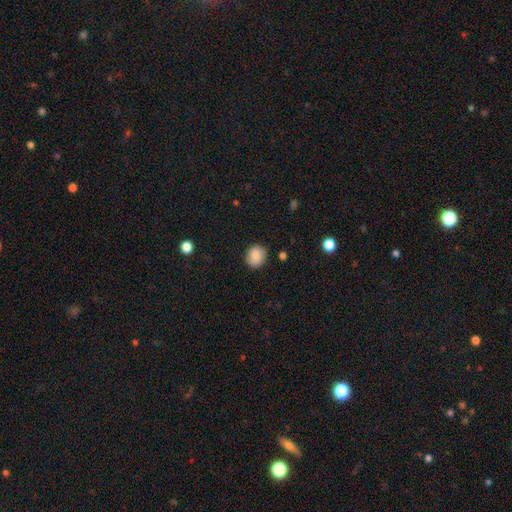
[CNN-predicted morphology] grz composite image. It shows a smooth galaxy with no disk features (86%) that is round (73%). Merging: none (86%).